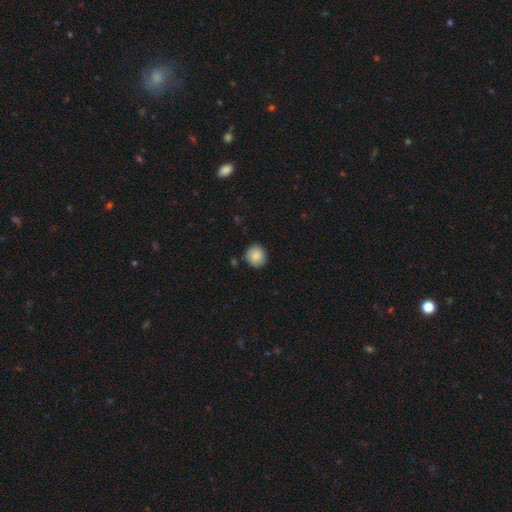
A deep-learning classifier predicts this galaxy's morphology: Smooth or featured? smooth (87%)
How rounded? round (89%)
Merging? none (87%)